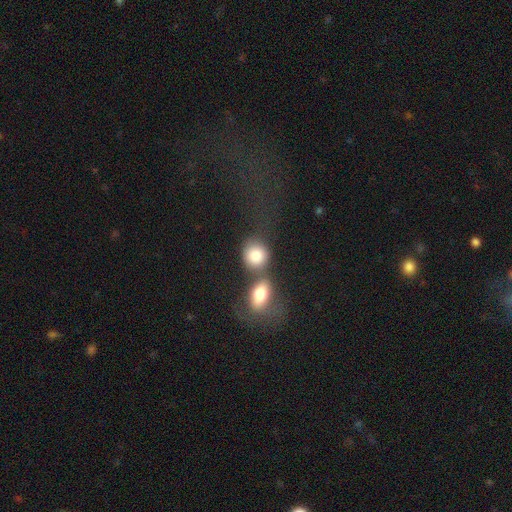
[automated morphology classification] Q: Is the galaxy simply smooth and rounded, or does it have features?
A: smooth — 83%.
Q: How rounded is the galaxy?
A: round — 65%.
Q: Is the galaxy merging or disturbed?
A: merger — 51%.